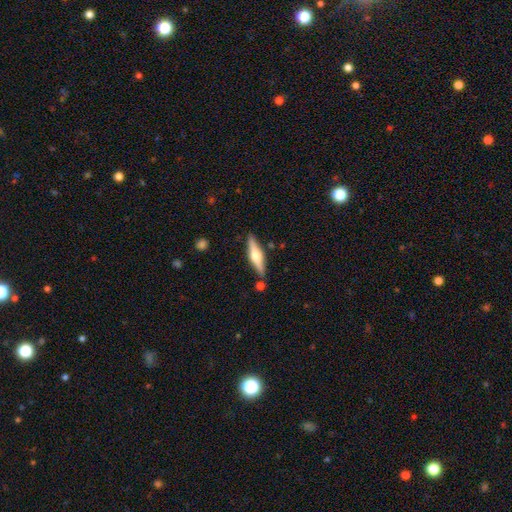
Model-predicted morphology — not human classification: Smooth or featured?
  - featured or disk: 65% *
  - smooth: 30%
  - star or artifact: 6%
Edge-on disk?
  - yes: 97% *
  - no: 3%
Edge-on bulge?
  - rounded: 92% *
  - boxy: 6%
  - none: 2%
Merging?
  - none: 84% *
  - minor disturbance: 10%
  - merger: 4%
  - major disturbance: 2%